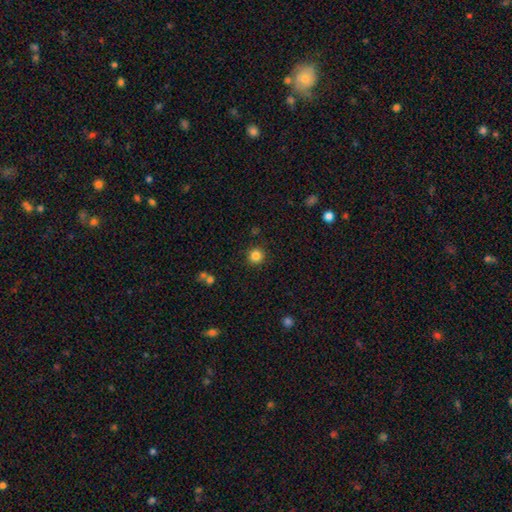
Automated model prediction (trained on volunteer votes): The model was most divided on "smooth or featured": smooth: 84%, star or artifact: 12%, featured or disk: 4%. More confident: how rounded — round (95%); merging — none (91%).